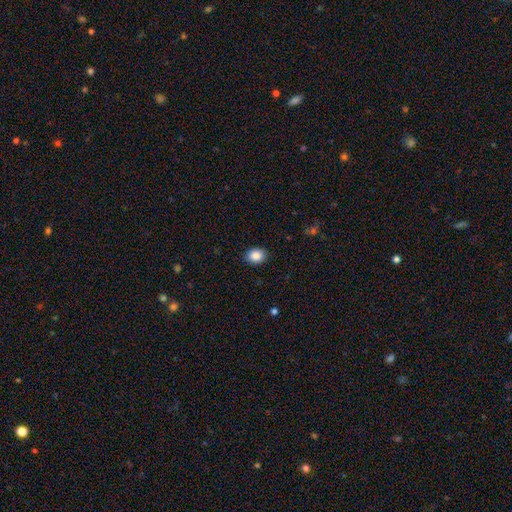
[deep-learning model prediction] Overall: smooth (87%). How rounded: in between (57%; round 43%). Merging: none (89%).